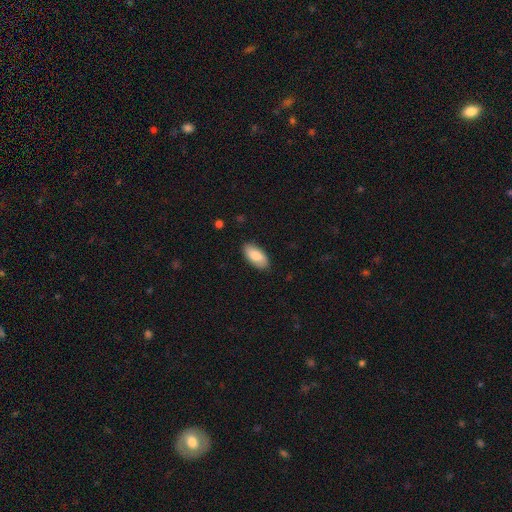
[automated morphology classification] A smooth galaxy with no disk features (83%) that is in between round and cigar-shaped (92%).

Vote fractions:
- Smooth or featured? smooth: 83% / featured or disk: 11% / star or artifact: 6%
- How rounded? in between: 92% / cigar-shaped: 6% / round: 2%
- Merging? none: 85% / minor disturbance: 11% / major disturbance: 2% / merger: 1%